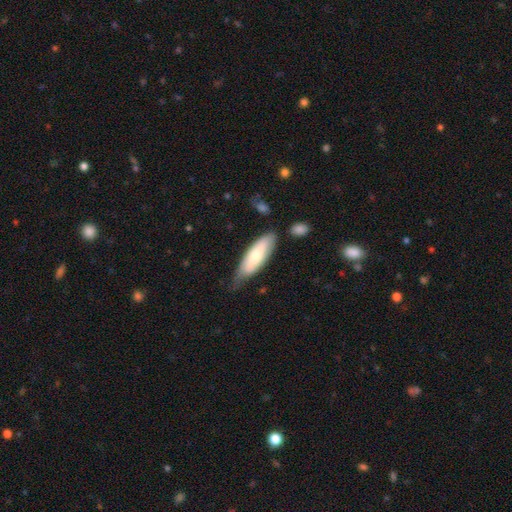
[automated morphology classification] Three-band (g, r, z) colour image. It shows a smooth galaxy with no disk features (69%) that is in between round and cigar-shaped (58%). Merging: none (58%).